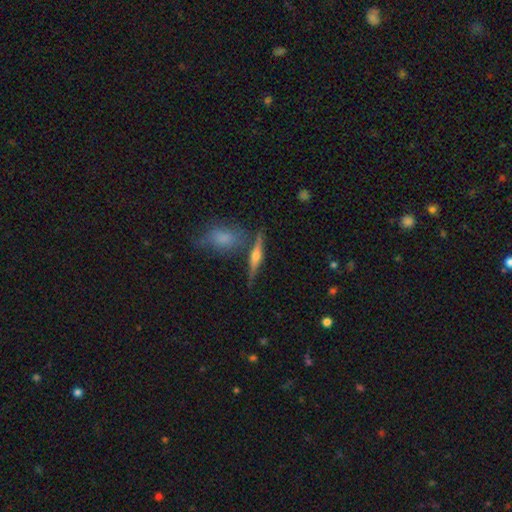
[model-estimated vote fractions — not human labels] smooth-or-featured: featured or disk: 65% | smooth: 26% | star or artifact: 8%
  disk-edge-on: yes: 95% | no: 5%
    edge-on-bulge: rounded: 87% | boxy: 7% | none: 5%
  merging: none: 75% | minor disturbance: 12% | merger: 9% | major disturbance: 4%